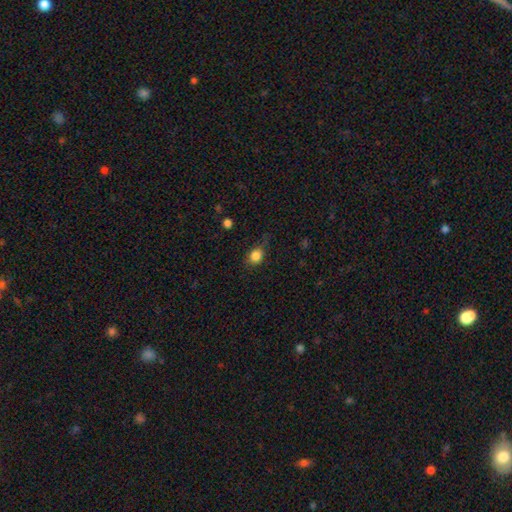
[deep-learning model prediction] smooth 84%, star or artifact 11%, featured or disk 6%. Down the decision tree: how rounded — round (60%); merging — none (63%).